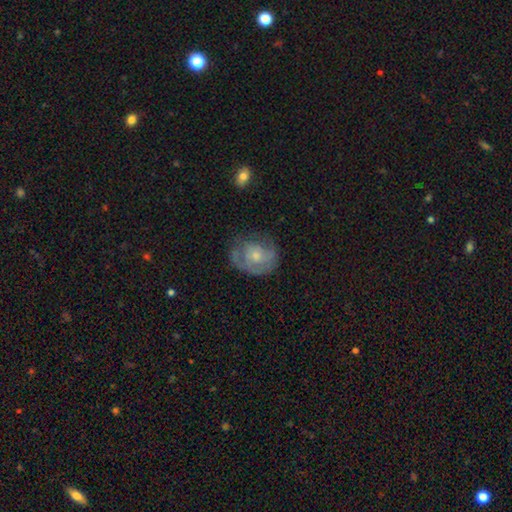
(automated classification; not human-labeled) smooth_or_featured: featured or disk (p=0.56) [alt: smooth p=0.36]
disk_edge_on: no (p=0.97) [alt: yes p=0.03]
bar: no (p=0.82) [alt: weak p=0.16]
has_spiral_arms: yes (p=0.65) [alt: no p=0.35]
bulge_size: small (p=0.57) [alt: moderate p=0.36]
merging: none (p=0.54) [alt: minor disturbance p=0.27]